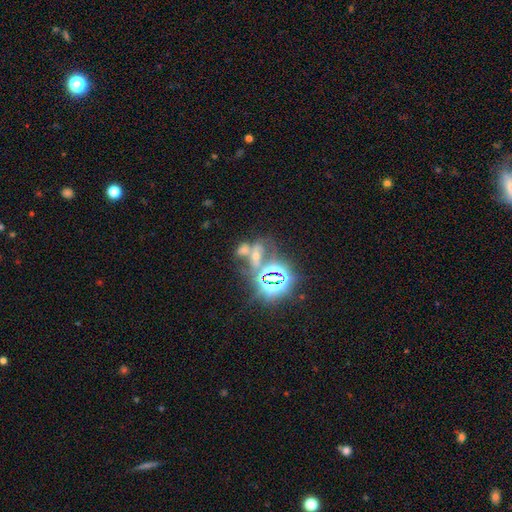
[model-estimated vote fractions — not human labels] Smooth or featured? Predicted: star or artifact (p=0.61).